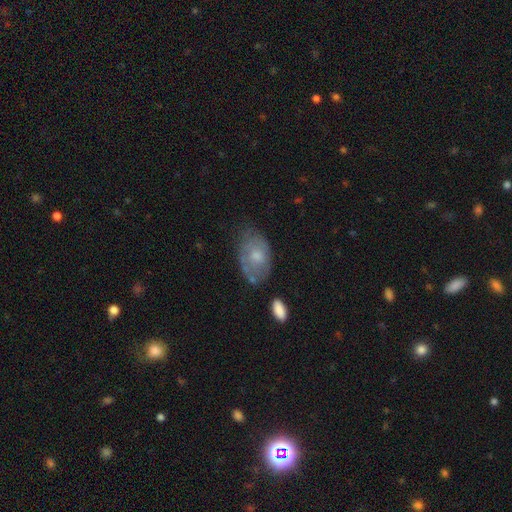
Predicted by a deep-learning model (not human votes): A smooth galaxy with no disk features (52%) that is in between round and cigar-shaped (88%). Merging: none (49%).